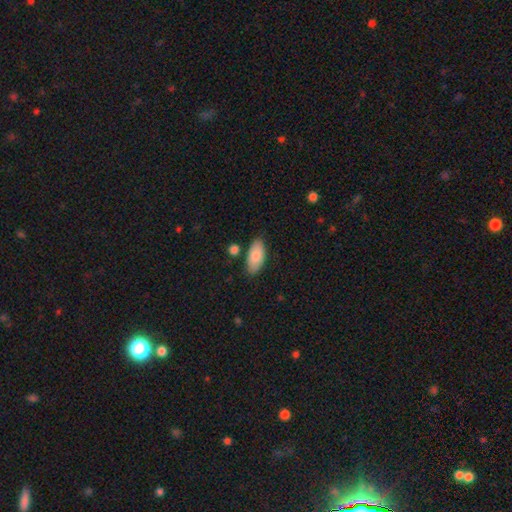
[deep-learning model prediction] Morphology: type=smooth (84%); roundness=in between (90%); merging=none (81%).